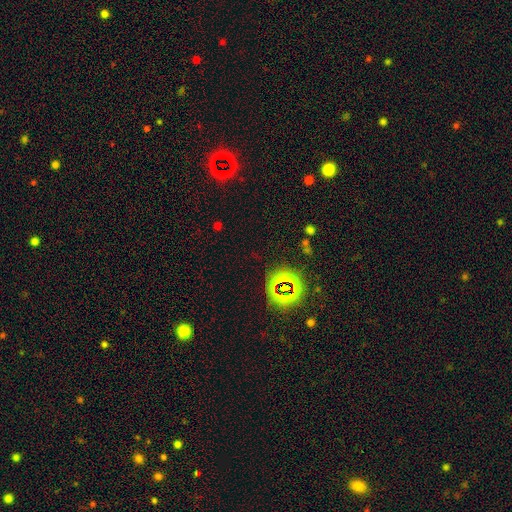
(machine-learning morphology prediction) type=star or artifact (72%).